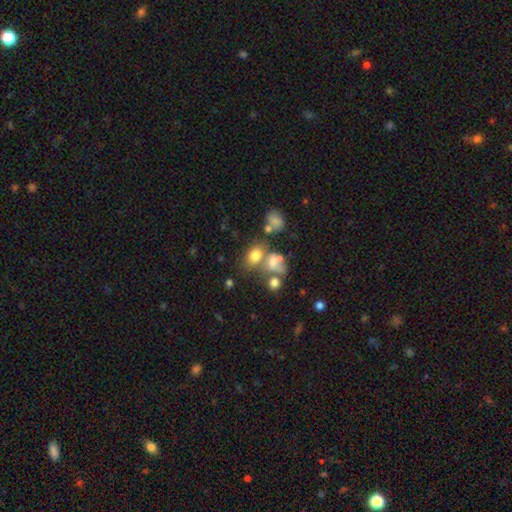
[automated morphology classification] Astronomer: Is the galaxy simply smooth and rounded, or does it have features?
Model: smooth — 71%.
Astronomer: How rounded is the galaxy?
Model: in between — 67%.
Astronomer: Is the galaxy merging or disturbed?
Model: none — 41% (runner-up: merger, 37%).